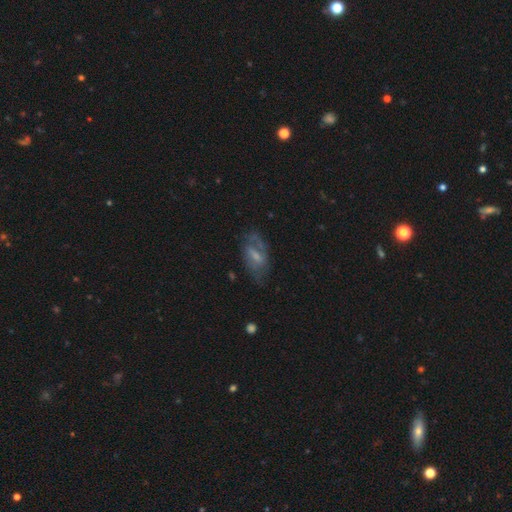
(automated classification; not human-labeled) Smooth or featured?
  - featured or disk: 64% *
  - smooth: 28%
  - star or artifact: 9%
Edge-on disk?
  - no: 92% *
  - yes: 8%
Bar?
  - weak: 52% *
  - no: 25%
  - strong: 24%
Spiral arms?
  - yes: 74% *
  - no: 26%
Bulge size?
  - small: 41% *
  - moderate: 35%
  - none: 18%
  - large: 5%
  - dominant: 1%
Merging?
  - none: 62% *
  - minor disturbance: 22%
  - major disturbance: 14%
  - merger: 2%